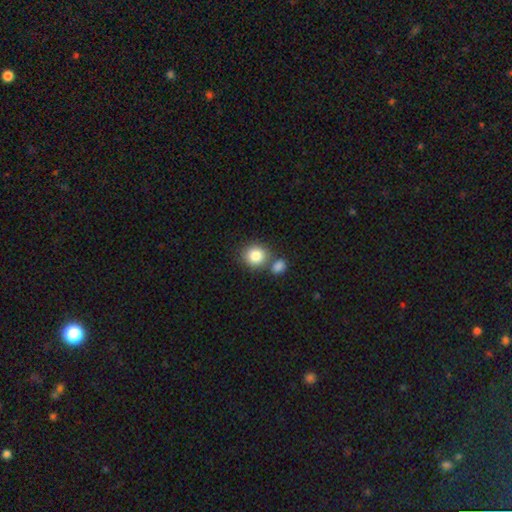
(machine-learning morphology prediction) Overall: smooth (84%). How rounded: round (83%). Merging: none (61%; merger 27%).